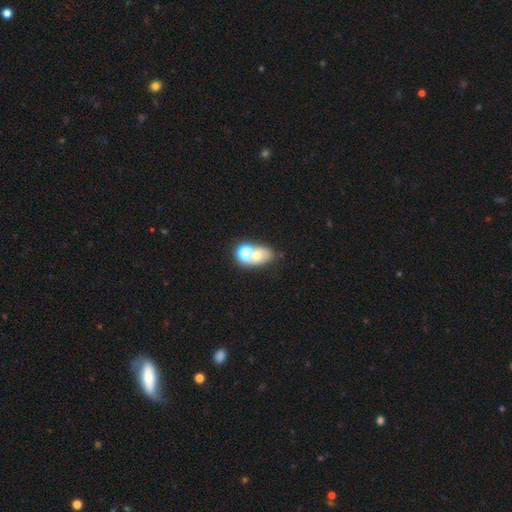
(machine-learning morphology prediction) This is possibly a smooth galaxy (58%). How rounded: likely in between (63%). Merging: possibly merger (48%).